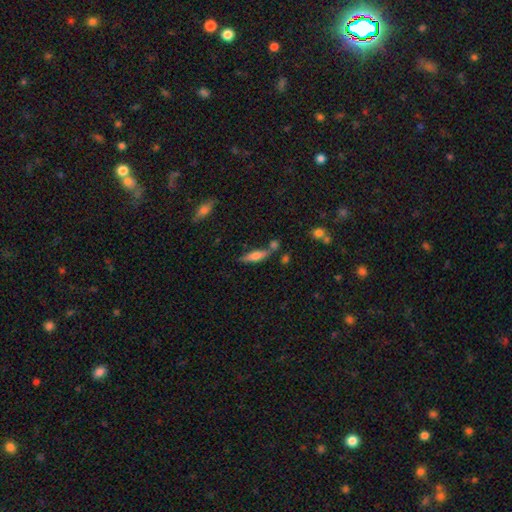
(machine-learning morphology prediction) This is likely a smooth galaxy (60%). How rounded: likely cigar-shaped (61%). Merging: likely none (60%).